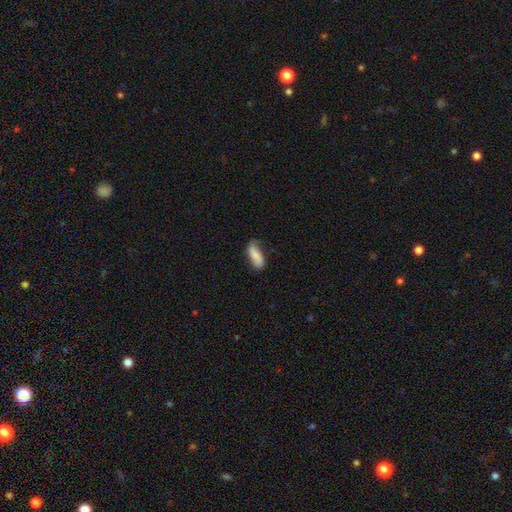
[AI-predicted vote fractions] This appears to be a smooth galaxy with no disk features (72%) that is in between round and cigar-shaped (78%). Merging: none (59%).